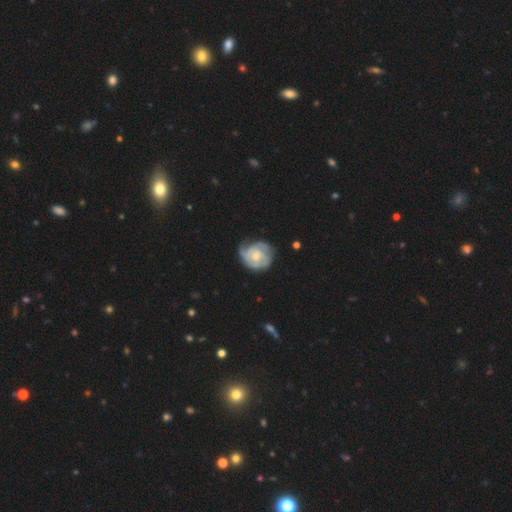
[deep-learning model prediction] smooth-or-featured: featured or disk: 77% | smooth: 18% | star or artifact: 5%
  disk-edge-on: no: 98% | yes: 2%
    bar: no: 75% | weak: 22% | strong: 3%
    has-spiral-arms: yes: 91% | no: 9%
      spiral-winding: tight: 64% | medium: 28% | loose: 8%
      spiral-arm-count: can't tell: 31% | 3: 29% | 2: 22% | 4: 8% | 1: 6% | more than 4: 5%
    bulge-size: moderate: 51% | small: 41% | large: 4% | none: 3% | dominant: 1%
  merging: none: 59% | minor disturbance: 27% | major disturbance: 12% | merger: 2%